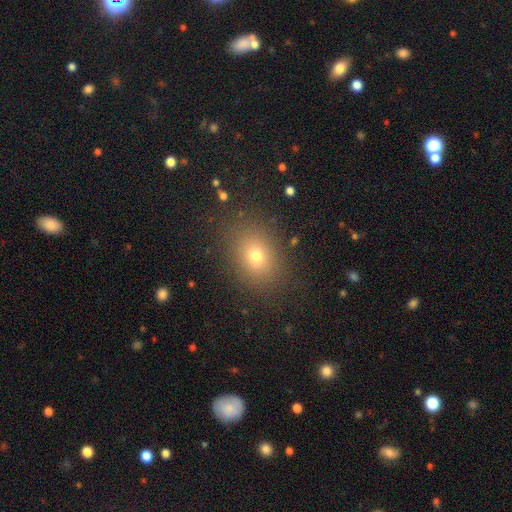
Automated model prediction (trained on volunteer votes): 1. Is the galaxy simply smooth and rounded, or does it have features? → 71% smooth, 17% star or artifact, 12% featured or disk.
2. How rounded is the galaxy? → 55% in between, 43% round, 1% cigar-shaped.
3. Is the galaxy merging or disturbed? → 85% none, 9% minor disturbance, 4% major disturbance, 1% merger.